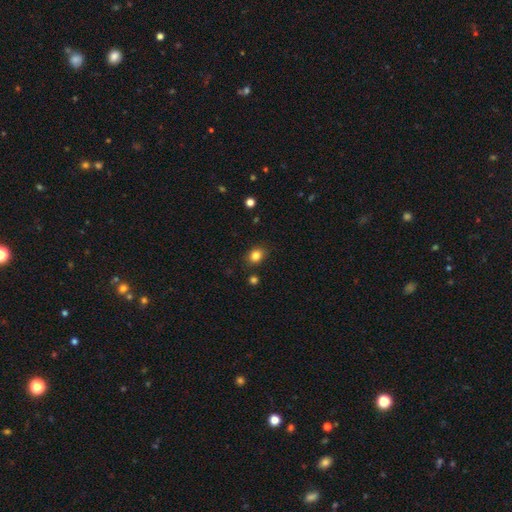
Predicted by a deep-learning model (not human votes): Overall: smooth (83%). How rounded: round (52%; in between 47%). Merging: none (83%).